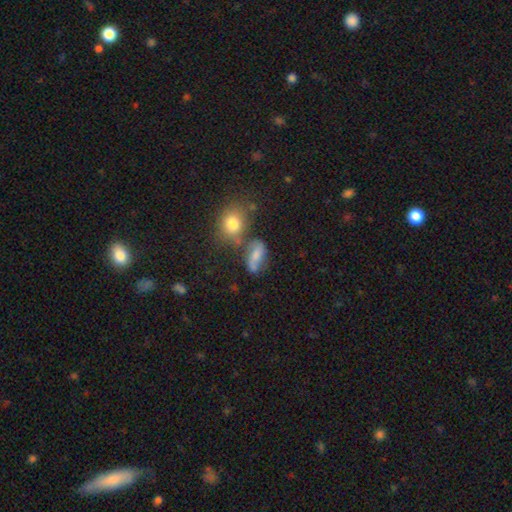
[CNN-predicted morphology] A smooth galaxy with no disk features (57%) that is in between round and cigar-shaped (76%).

Vote fractions:
- Smooth or featured? smooth: 57% / featured or disk: 29% / star or artifact: 13%
- How rounded? in between: 76% / round: 15% / cigar-shaped: 9%
- Merging? none: 52% / minor disturbance: 20% / merger: 18% / major disturbance: 10%